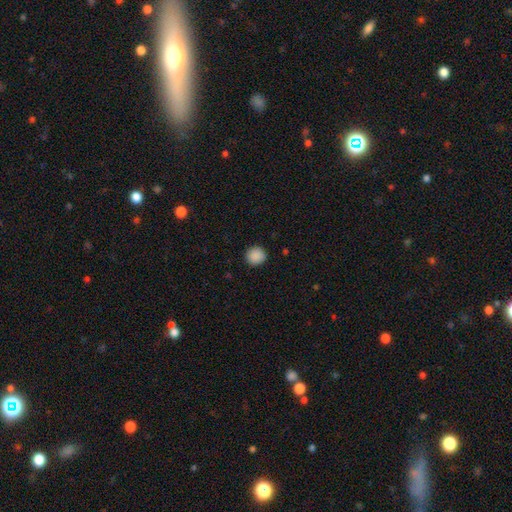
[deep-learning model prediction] A smooth galaxy with no disk features (89%) that is round (92%). Merging: none (91%).